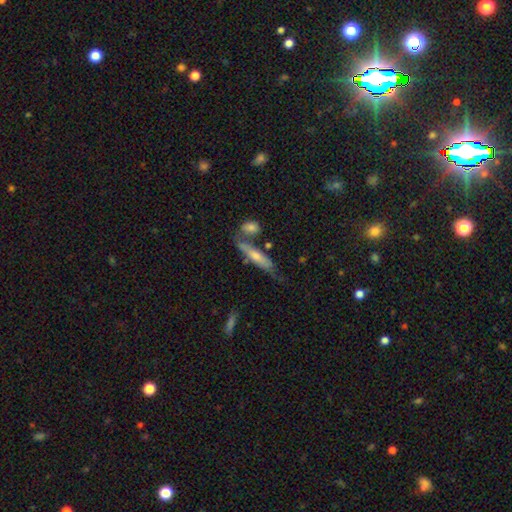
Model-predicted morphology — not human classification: Smooth or featured: smooth — 49% (featured or disk — 44%)
Merging: none — 57% (minor disturbance — 19%)